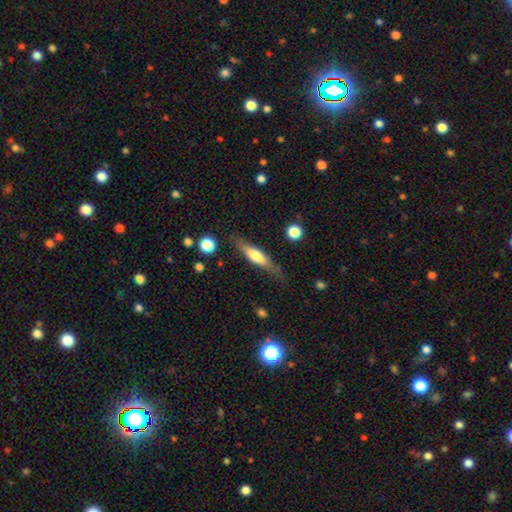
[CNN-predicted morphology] Smooth or featured? smooth (49%)
Merging? none (75%)